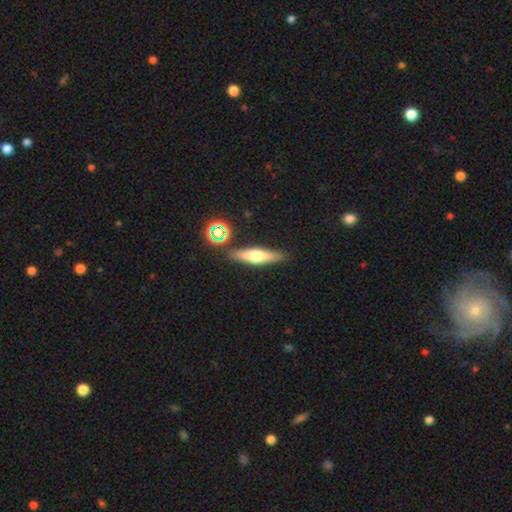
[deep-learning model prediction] Overall: smooth (51%; featured or disk 40%). How rounded: cigar-shaped (69%). Merging: none (84%).